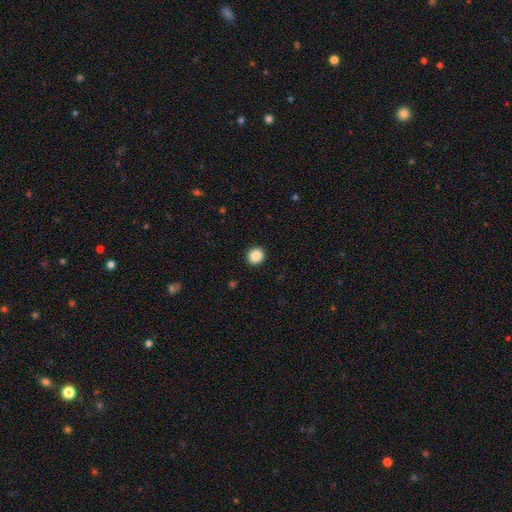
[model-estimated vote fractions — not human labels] Morphology: type=smooth (88%); roundness=round (87%); merging=none (92%).